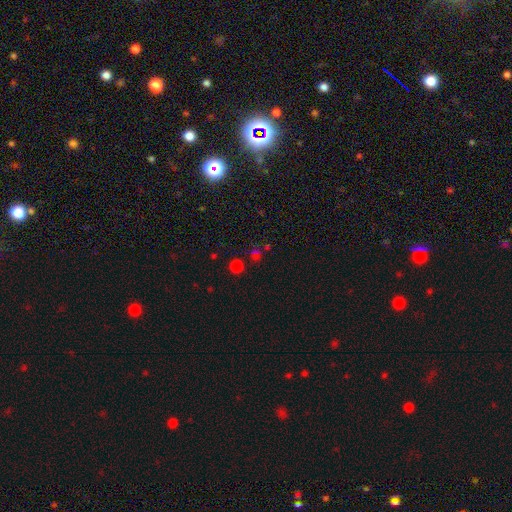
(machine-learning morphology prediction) A smooth galaxy with no disk features (54%) that is round (88%).

Vote fractions:
- Smooth or featured? smooth: 54% / star or artifact: 39% / featured or disk: 7%
- How rounded? round: 88% / in between: 10% / cigar-shaped: 1%
- Merging? none: 76% / merger: 11% / minor disturbance: 9% / major disturbance: 5%